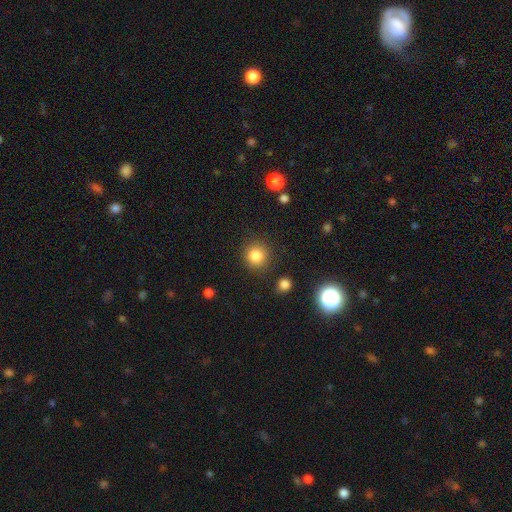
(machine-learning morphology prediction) The model was most divided on "smooth or featured": smooth: 84%, star or artifact: 11%, featured or disk: 5%. More confident: how rounded — round (92%); merging — none (88%).